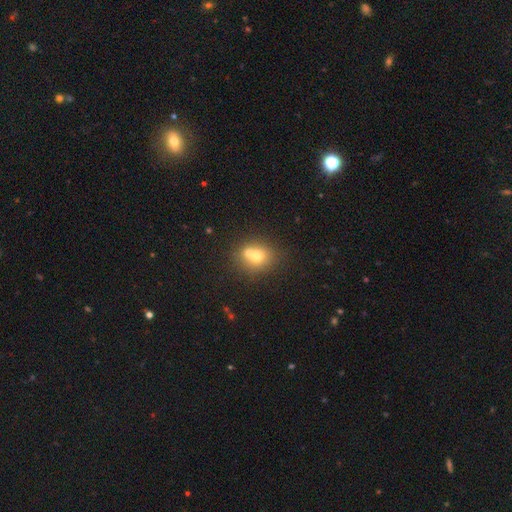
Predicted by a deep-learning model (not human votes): Morphology: type=smooth (66%); roundness=round (77%); merging=merger (48%).